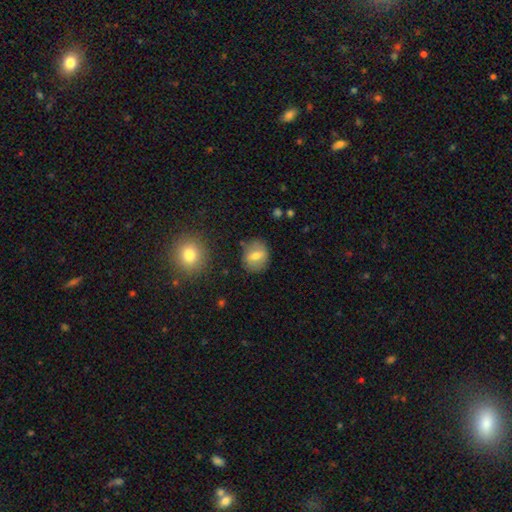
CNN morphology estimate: A smooth galaxy with no disk features (64%) that is round (59%). Merging: none (80%).